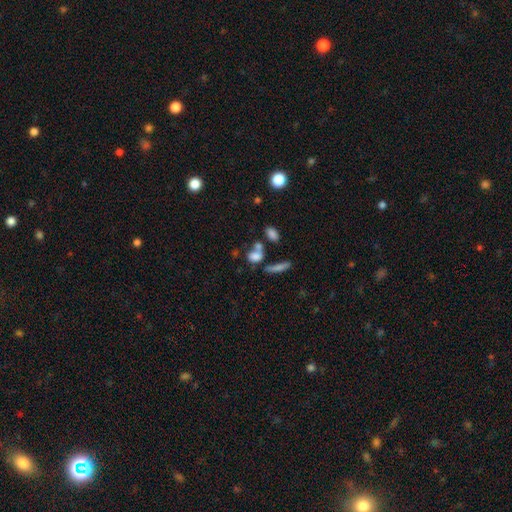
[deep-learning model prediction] This appears to be a smooth galaxy with no disk features (72%) that is in between round and cigar-shaped (66%). Merging: merger (42%).